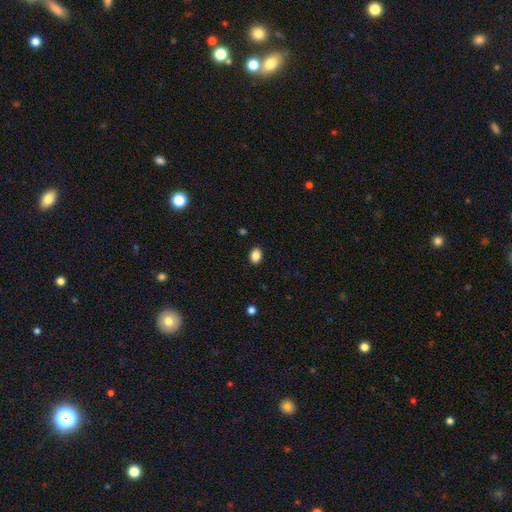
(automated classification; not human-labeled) smooth 87%, star or artifact 9%, featured or disk 4%. Down the decision tree: how rounded — in between (71%); merging — none (89%).